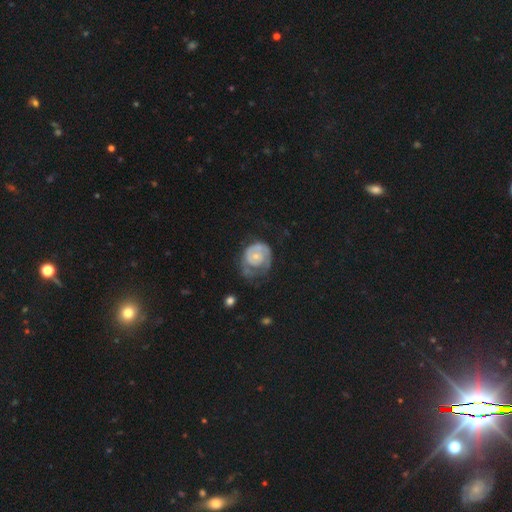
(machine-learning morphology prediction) smooth-or-featured: featured or disk: 68% | smooth: 26% | star or artifact: 6%
  disk-edge-on: no: 98% | yes: 2%
    bar: no: 79% | weak: 18% | strong: 3%
    has-spiral-arms: yes: 79% | no: 21%
      spiral-winding: tight: 61% | medium: 27% | loose: 12%
      spiral-arm-count: 2: 33% | 1: 32% | can't tell: 26% | 3: 5% | 4: 2% | more than 4: 2%
    bulge-size: small: 60% | moderate: 32% | none: 5% | large: 2% | dominant: 1%
  merging: none: 40% | major disturbance: 29% | minor disturbance: 28% | merger: 3%